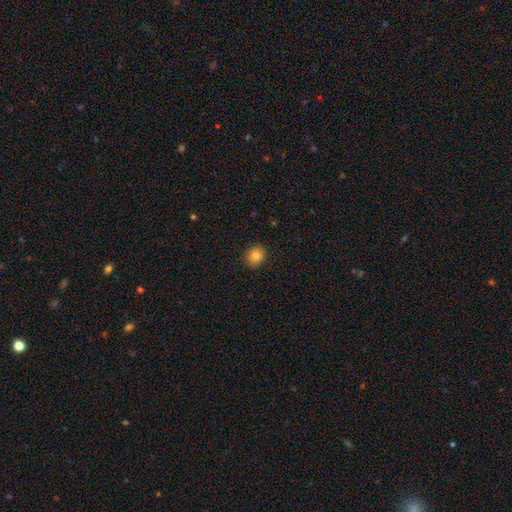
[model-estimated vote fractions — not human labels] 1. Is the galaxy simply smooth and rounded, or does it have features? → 83% smooth, 10% star or artifact, 7% featured or disk.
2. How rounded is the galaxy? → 63% round, 36% in between, 1% cigar-shaped.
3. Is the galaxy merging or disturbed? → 90% none, 7% minor disturbance, 2% major disturbance, 1% merger.